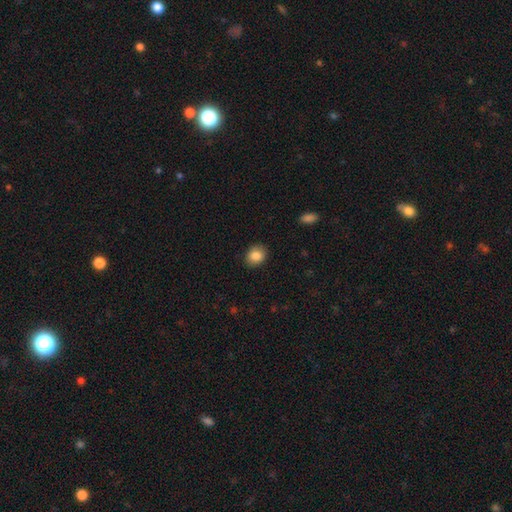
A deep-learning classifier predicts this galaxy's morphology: The model was most divided on "how rounded": round: 50%, in between: 49%, cigar-shaped: 1%. More confident: merging — none (87%); smooth or featured — smooth (87%).